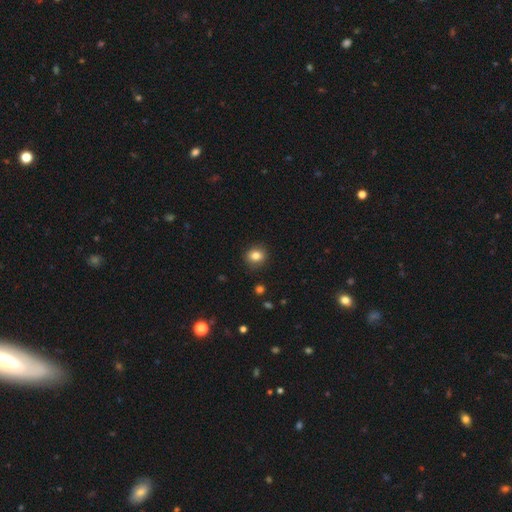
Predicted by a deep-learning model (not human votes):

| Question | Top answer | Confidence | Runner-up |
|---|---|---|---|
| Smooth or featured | smooth | 83% | star or artifact (11%) |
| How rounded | round | 77% | in between (22%) |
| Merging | none | 89% | minor disturbance (8%) |